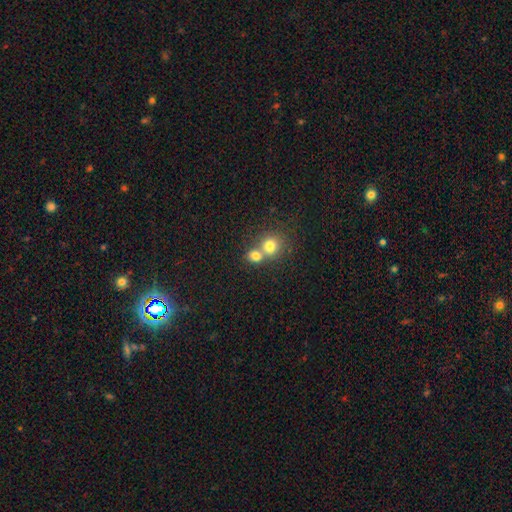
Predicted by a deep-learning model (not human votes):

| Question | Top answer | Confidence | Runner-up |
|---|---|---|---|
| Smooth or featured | smooth | 77% | star or artifact (12%) |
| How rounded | round | 72% | in between (27%) |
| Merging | merger | 59% | none (33%) |